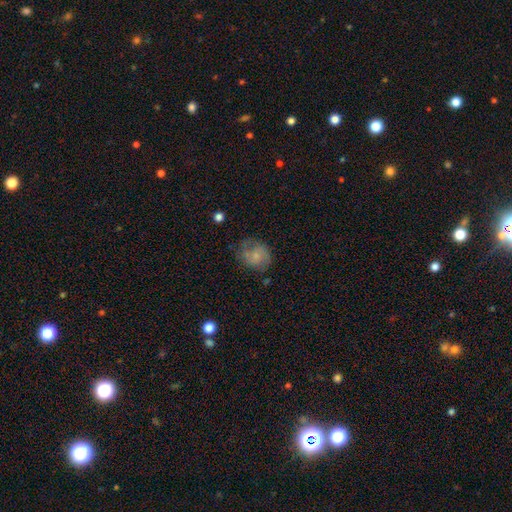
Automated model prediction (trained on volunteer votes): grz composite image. It shows a smooth galaxy with no disk features (56%) that is round (65%). Merging: none (56%).